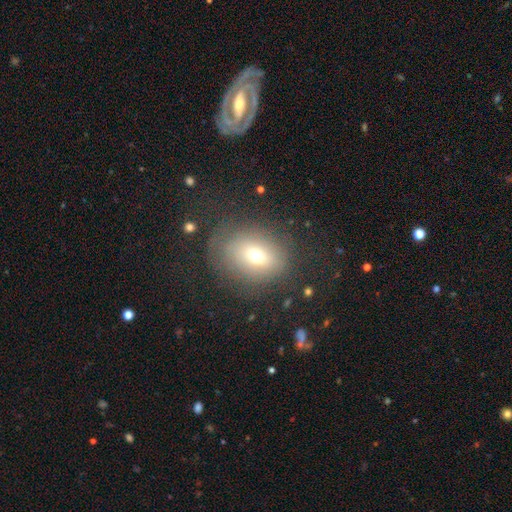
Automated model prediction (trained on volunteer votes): Smooth or featured? Predicted: smooth (p=0.63). How rounded? Predicted: in between (p=0.50). Merging? Predicted: none (p=0.67).